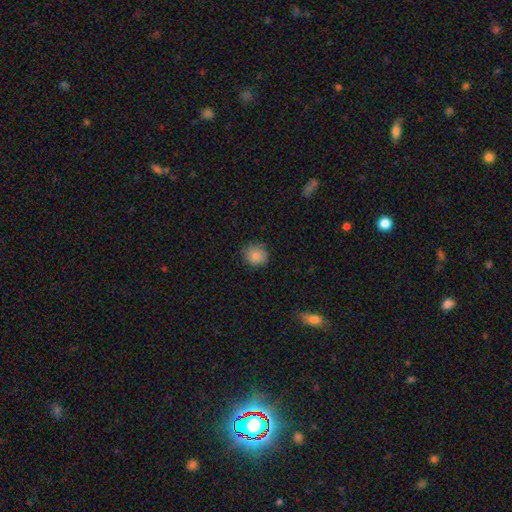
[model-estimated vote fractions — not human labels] Overall: smooth (86%). How rounded: round (85%). Merging: none (79%).